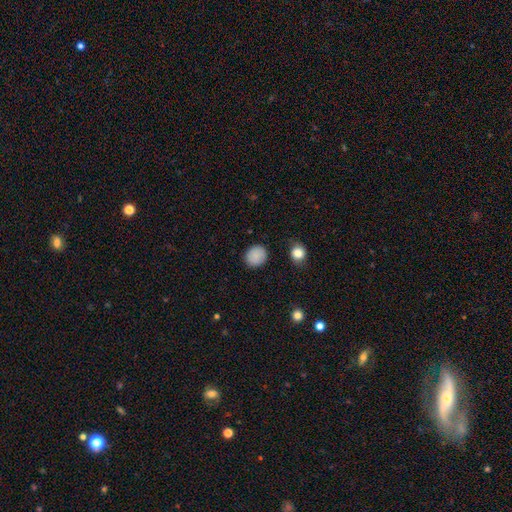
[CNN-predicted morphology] The model was most divided on "how rounded": round: 78%, in between: 21%, cigar-shaped: 1%. More confident: smooth or featured — smooth (87%); merging — none (87%).